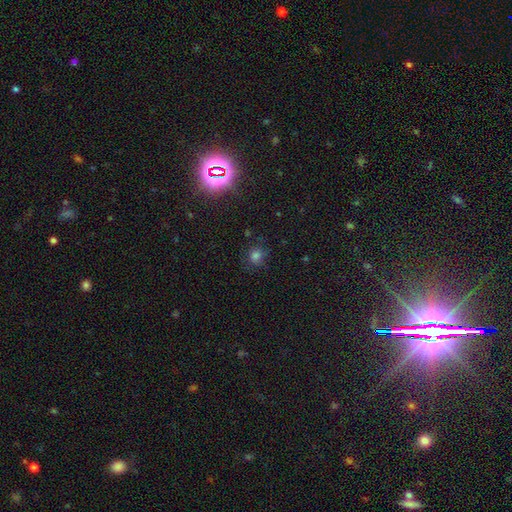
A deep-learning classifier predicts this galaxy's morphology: This is likely a smooth galaxy (65%). How rounded: clearly round (83%). Merging: likely none (74%).